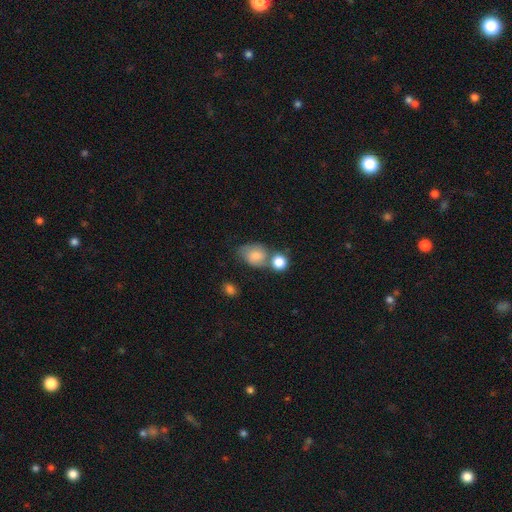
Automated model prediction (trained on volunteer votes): A smooth galaxy with no disk features (70%) that is in between round and cigar-shaped (58%).

Vote fractions:
- Smooth or featured? smooth: 70% / featured or disk: 21% / star or artifact: 9%
- How rounded? in between: 58% / round: 41% / cigar-shaped: 1%
- Merging? none: 36% / merger: 34% / minor disturbance: 20% / major disturbance: 10%